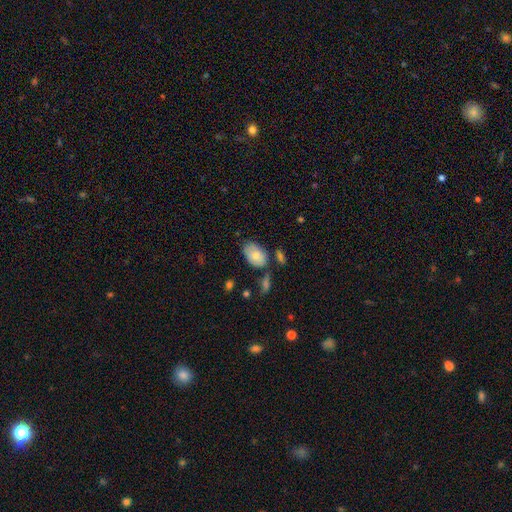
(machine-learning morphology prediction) Overall: smooth (77%). How rounded: in between (90%). Merging: none (62%; minor disturbance 23%).